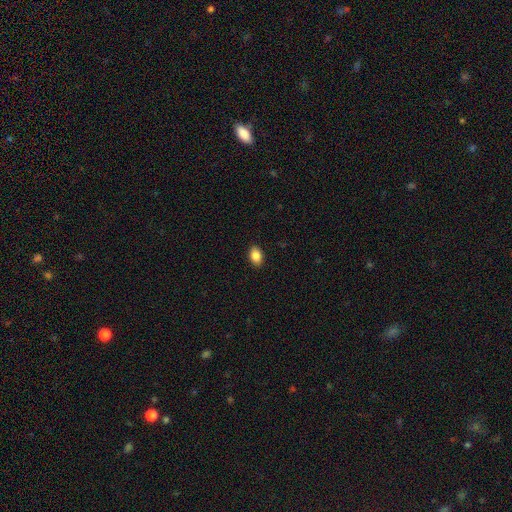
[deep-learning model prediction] This is clearly a smooth galaxy (87%). How rounded: clearly in between (85%). Merging: clearly none (90%).